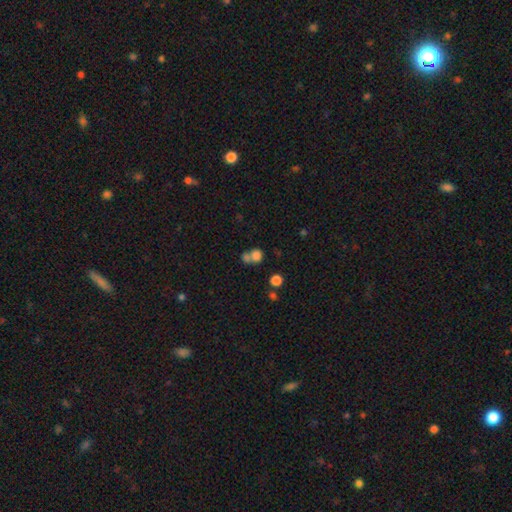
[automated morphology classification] Smooth or featured? Predicted: smooth (p=0.76). How rounded? Predicted: round (p=0.68). Merging? Predicted: merger (p=0.54).